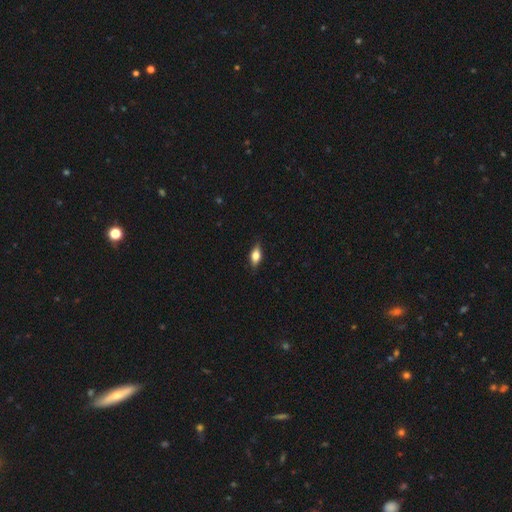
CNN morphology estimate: This appears to be a smooth galaxy with no disk features (66%) that is in between round and cigar-shaped (81%). Merging: none (85%).